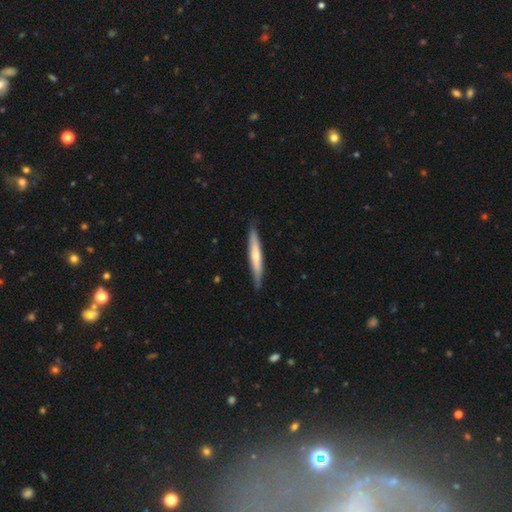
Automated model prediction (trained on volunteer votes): Smooth or featured?
  - smooth: 48% *
  - featured or disk: 47%
  - star or artifact: 5%
Merging?
  - none: 86% *
  - minor disturbance: 11%
  - major disturbance: 2%
  - merger: 1%